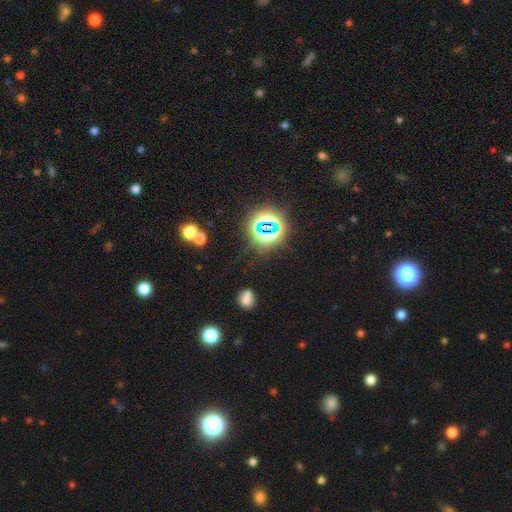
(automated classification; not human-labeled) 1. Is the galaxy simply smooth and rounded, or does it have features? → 73% star or artifact, 20% smooth, 7% featured or disk.